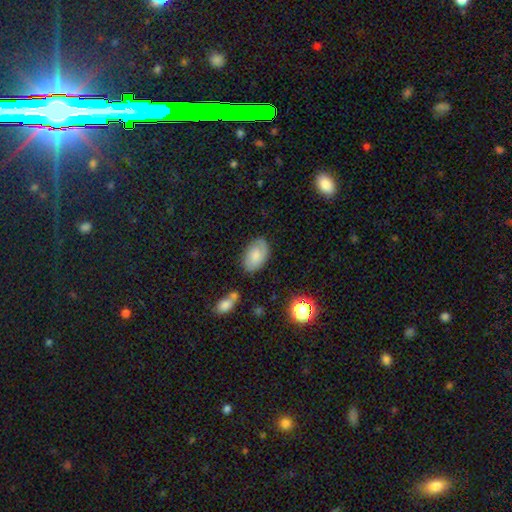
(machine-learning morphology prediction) Smooth or featured: smooth — 73% (featured or disk — 19%)
How rounded: in between — 92% (round — 7%)
Merging: none — 72% (minor disturbance — 19%)